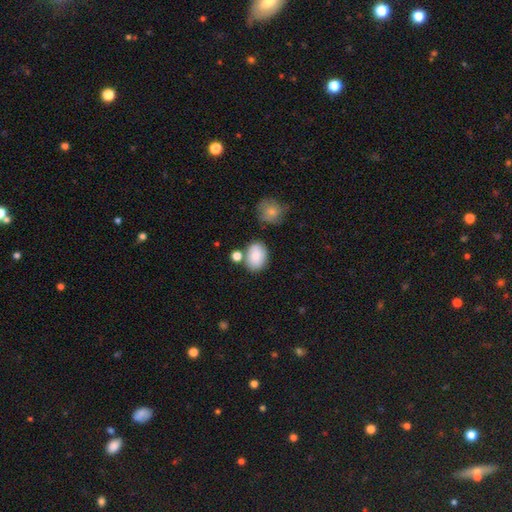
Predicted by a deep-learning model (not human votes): This is clearly a smooth galaxy (83%). How rounded: likely in between (68%). Merging: likely none (66%).